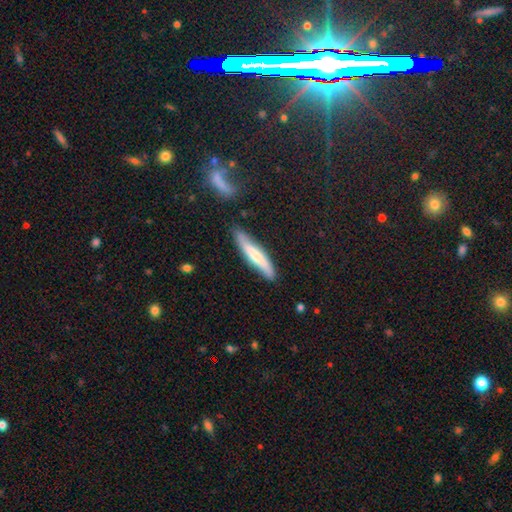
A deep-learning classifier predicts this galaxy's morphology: Smooth or featured? smooth (56%)
How rounded? cigar-shaped (87%)
Merging? none (79%)